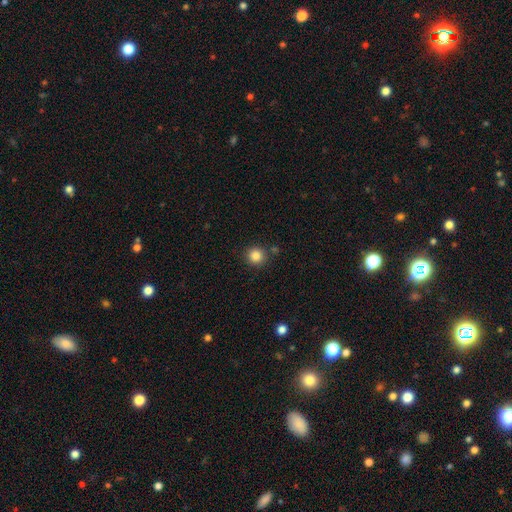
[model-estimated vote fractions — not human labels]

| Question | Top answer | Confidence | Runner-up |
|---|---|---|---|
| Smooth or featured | smooth | 85% | star or artifact (11%) |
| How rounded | round | 93% | in between (6%) |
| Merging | none | 85% | minor disturbance (8%) |